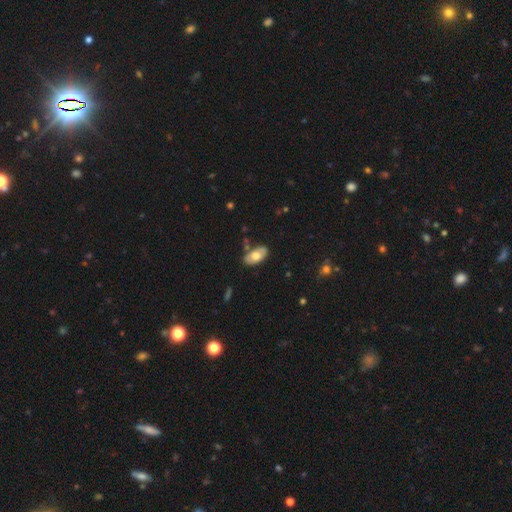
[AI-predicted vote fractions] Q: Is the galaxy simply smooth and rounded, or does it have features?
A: smooth — 64%.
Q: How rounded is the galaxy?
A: in between — 94%.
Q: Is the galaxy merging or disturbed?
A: none — 77%.